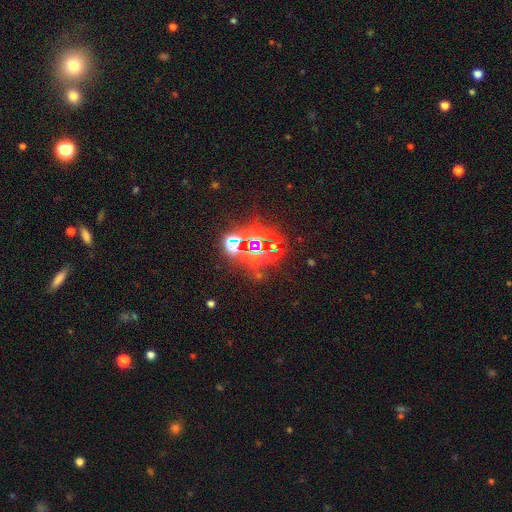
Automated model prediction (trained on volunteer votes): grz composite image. It shows a star or artifact, not a galaxy (79%).